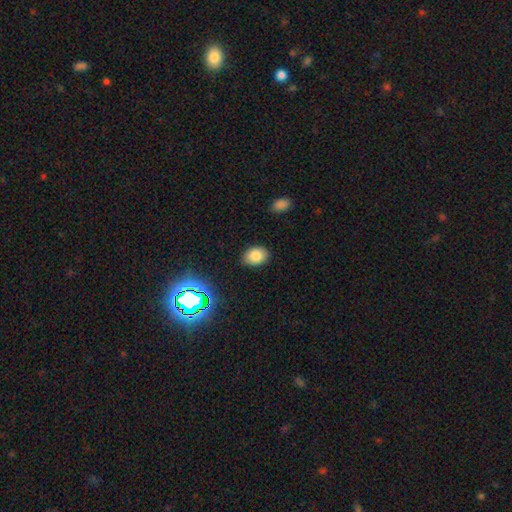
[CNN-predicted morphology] Smooth or featured: smooth — 82% (star or artifact — 11%)
How rounded: in between — 74% (round — 25%)
Merging: none — 86% (minor disturbance — 10%)